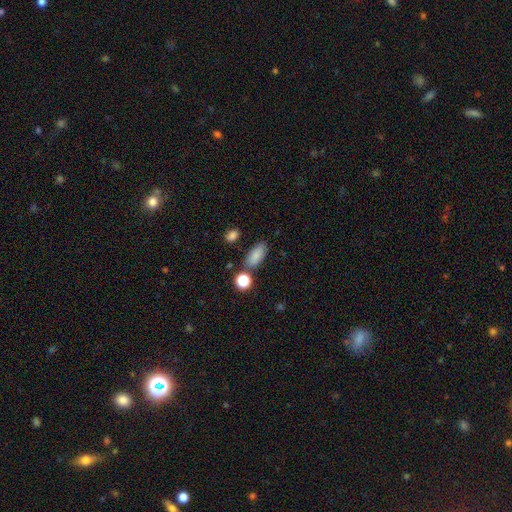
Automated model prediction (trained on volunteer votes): A smooth galaxy with no disk features (85%) that is in between round and cigar-shaped (87%). Merging: none (76%).